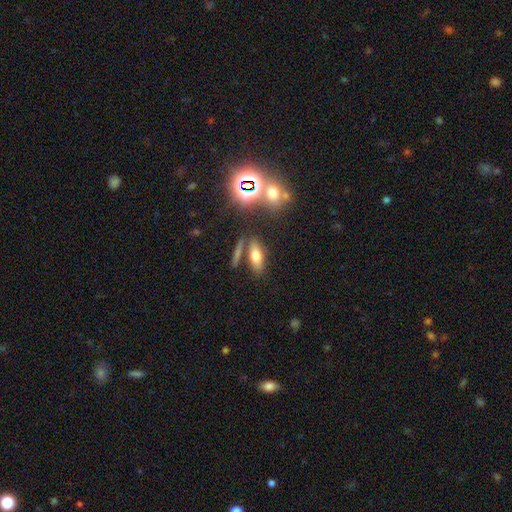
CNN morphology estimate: This appears to be a smooth galaxy with no disk features (66%) that is in between round and cigar-shaped (68%). Merging: none (71%).